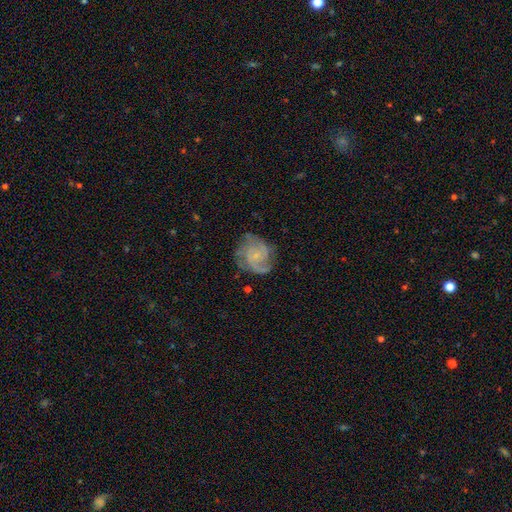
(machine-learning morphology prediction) featured or disk 82%, smooth 12%, star or artifact 6%. Down the decision tree: edge-on disk — no (98%); bar — no (66%); spiral arms — yes (95%); spiral arm count — 2 (39%); spiral winding — medium (46%); bulge size — small (68%); merging — none (69%).